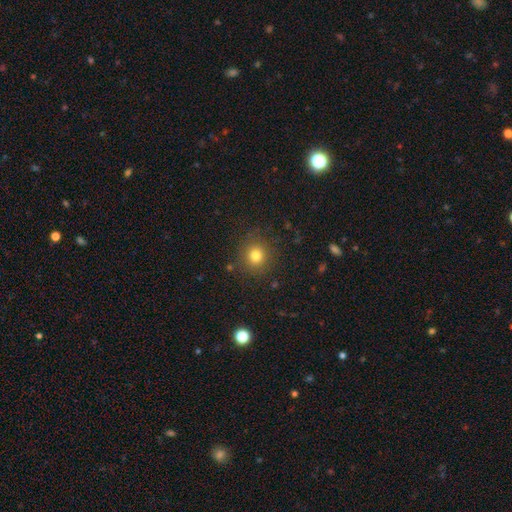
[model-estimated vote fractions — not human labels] smooth_or_featured: smooth (p=0.79) [alt: star or artifact p=0.14]
how_rounded: round (p=0.88) [alt: in between p=0.11]
merging: none (p=0.87) [alt: minor disturbance p=0.08]